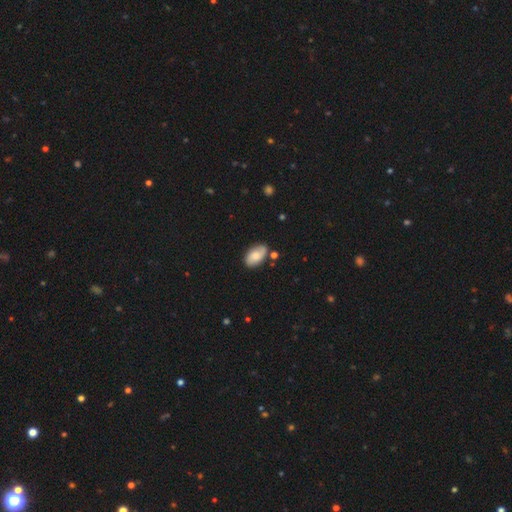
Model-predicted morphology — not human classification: smooth-or-featured: smooth: 65% | featured or disk: 27% | star or artifact: 7%
  how-rounded: in between: 94% | round: 5% | cigar-shaped: 2%
  merging: none: 75% | minor disturbance: 17% | merger: 5% | major disturbance: 4%